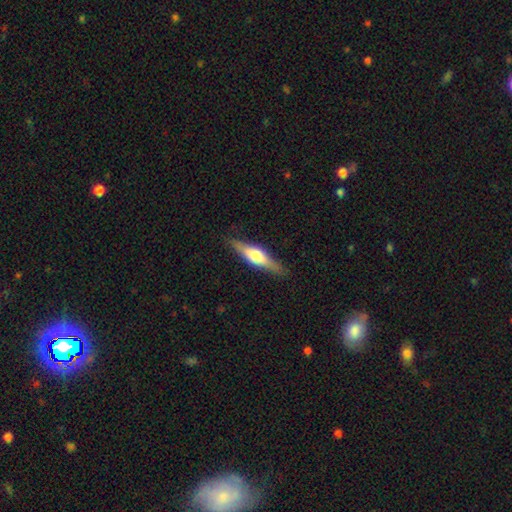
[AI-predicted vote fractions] Smooth or featured? Predicted: featured or disk (p=0.60). Edge-on disk? Predicted: yes (p=0.95). Edge-on bulge? Predicted: rounded (p=0.87). Merging? Predicted: none (p=0.86).